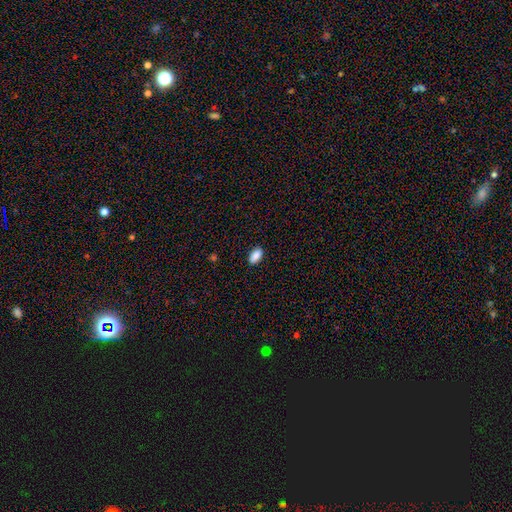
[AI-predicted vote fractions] Smooth or featured: smooth — 89% (star or artifact — 8%)
How rounded: in between — 92% (cigar-shaped — 5%)
Merging: none — 89% (minor disturbance — 9%)